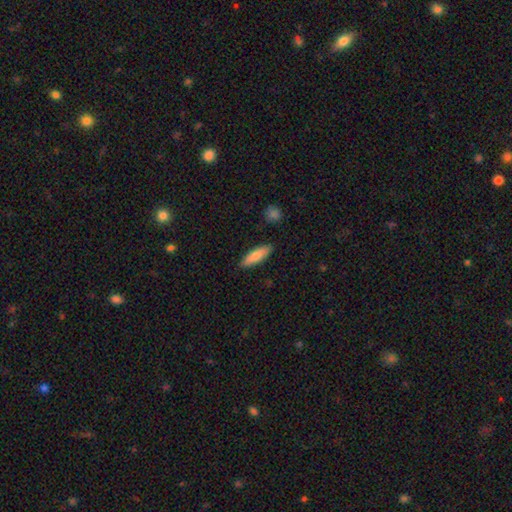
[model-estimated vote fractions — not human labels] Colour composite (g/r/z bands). It shows a smooth galaxy with no disk features (79%) that is cigar-shaped (56%). Merging: none (87%).